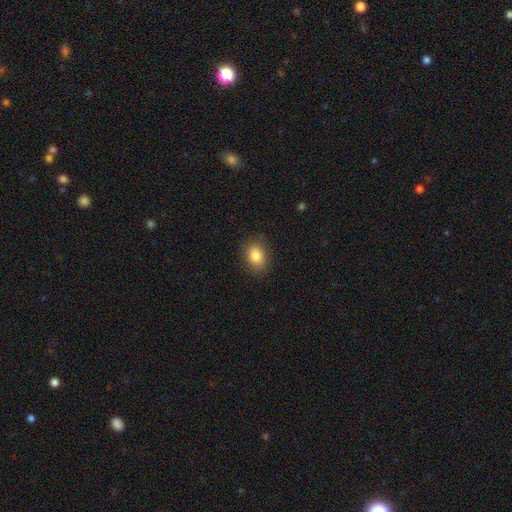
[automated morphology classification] This appears to be a smooth galaxy with no disk features (85%) that is in between round and cigar-shaped (71%). Merging: none (86%).